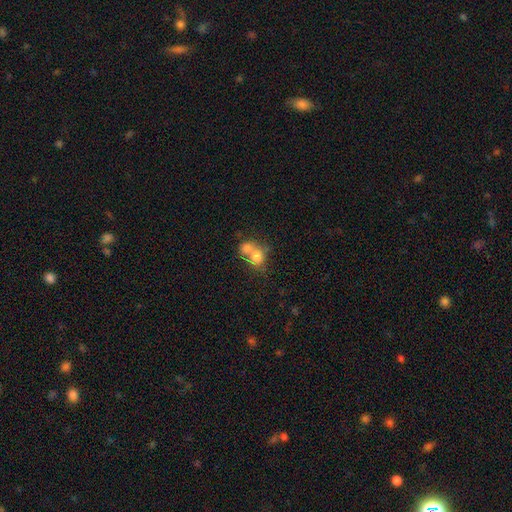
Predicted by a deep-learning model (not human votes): A smooth galaxy with no disk features (73%) that is round (73%).

Vote fractions:
- Smooth or featured? smooth: 73% / featured or disk: 17% / star or artifact: 10%
- How rounded? round: 73% / in between: 26% / cigar-shaped: 1%
- Merging? merger: 62% / none: 28% / minor disturbance: 7% / major disturbance: 4%